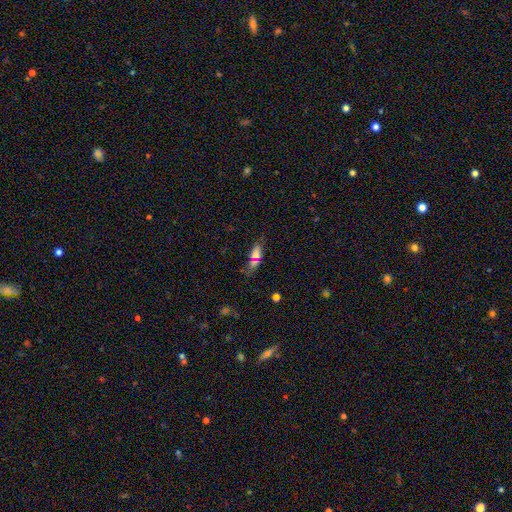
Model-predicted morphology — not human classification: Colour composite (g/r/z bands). It shows a smooth galaxy with no disk features (61%) that is in between round and cigar-shaped (59%). Merging: none (66%).